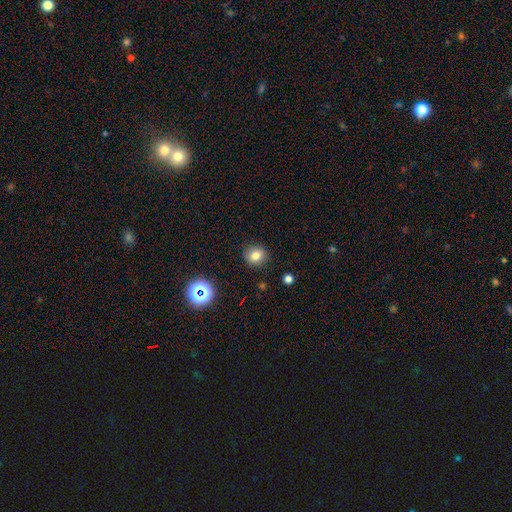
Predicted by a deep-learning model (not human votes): Overall: smooth (78%). How rounded: round (76%). Merging: none (88%).